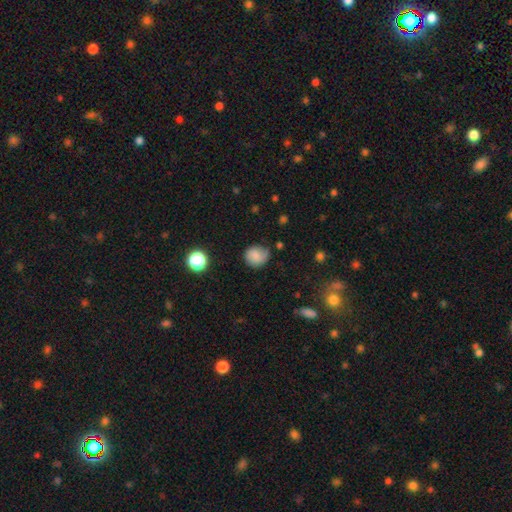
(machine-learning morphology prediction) smooth_or_featured: smooth (p=0.75) [alt: featured or disk p=0.14]
how_rounded: round (p=0.79) [alt: in between p=0.20]
merging: none (p=0.69) [alt: minor disturbance p=0.23]